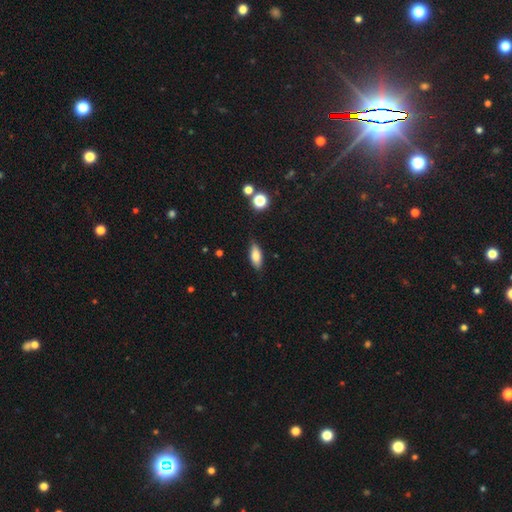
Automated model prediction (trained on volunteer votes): The model was most divided on "how rounded": in between: 77%, cigar-shaped: 20%, round: 3%. More confident: merging — none (81%); smooth or featured — smooth (77%).